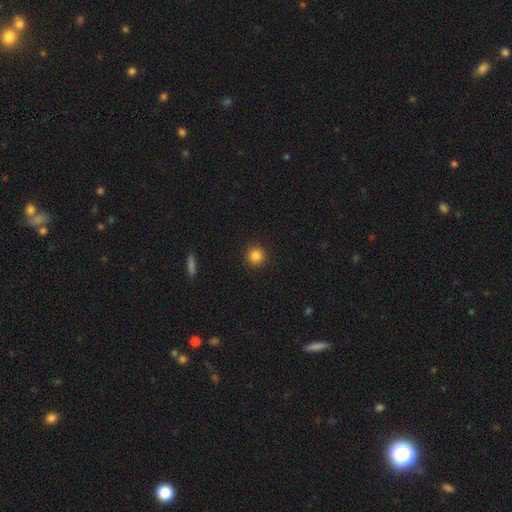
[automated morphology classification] This is clearly a smooth galaxy (85%). How rounded: clearly round (95%). Merging: clearly none (92%).